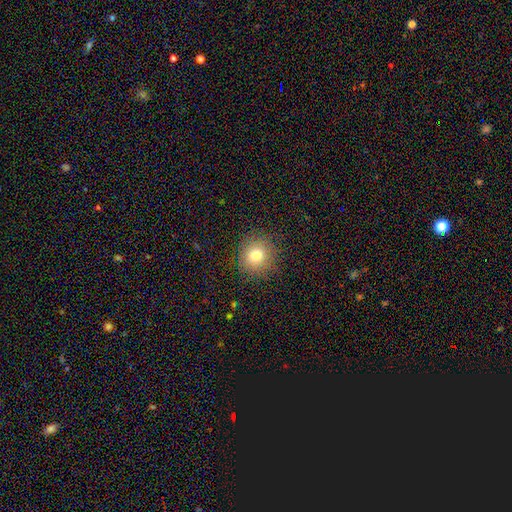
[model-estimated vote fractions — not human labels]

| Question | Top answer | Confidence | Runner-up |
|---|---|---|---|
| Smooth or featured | smooth | 77% | star or artifact (13%) |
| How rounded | round | 91% | in between (9%) |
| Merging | none | 88% | minor disturbance (8%) |